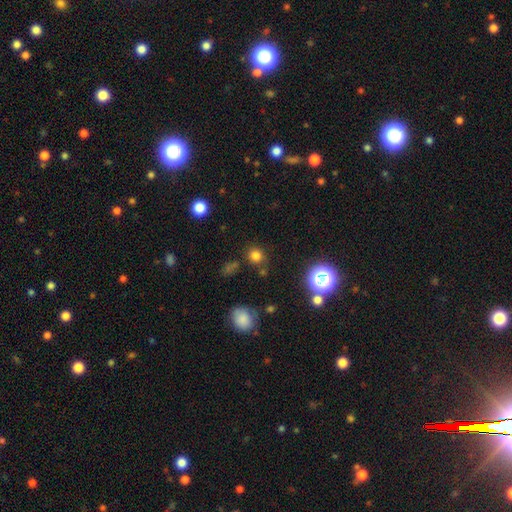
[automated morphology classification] A smooth galaxy with no disk features (75%) that is round (87%). Merging: none (81%).